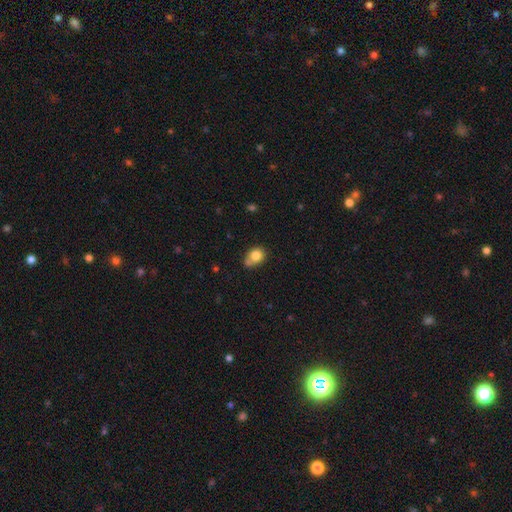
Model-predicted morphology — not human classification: A smooth galaxy with no disk features (81%) that is round (60%). Merging: none (47%).